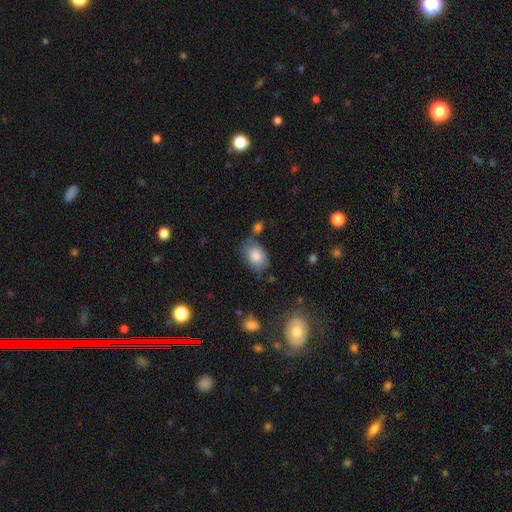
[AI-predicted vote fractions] A smooth galaxy with no disk features (82%) that is in between round and cigar-shaped (78%). Merging: none (61%).